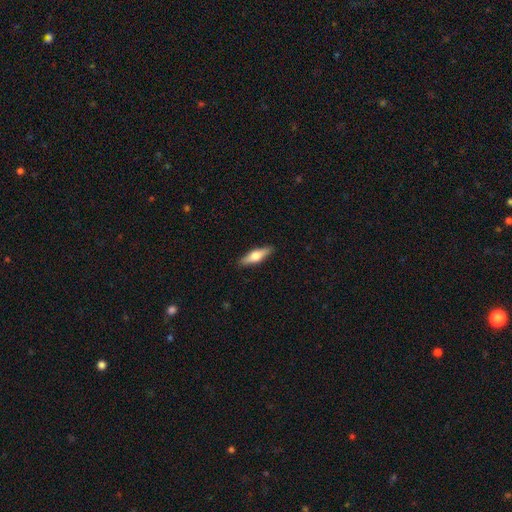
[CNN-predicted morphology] Q: Smooth or featured?
A: smooth (52%); runner-up: featured or disk (42%)
Q: How rounded?
A: cigar-shaped (61%); runner-up: in between (37%)
Q: Merging?
A: none (90%); runner-up: minor disturbance (8%)